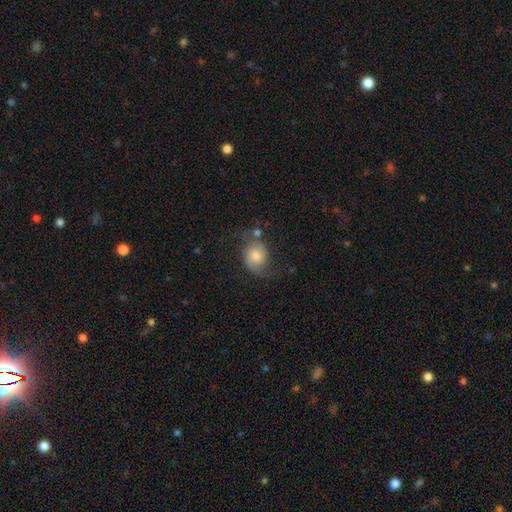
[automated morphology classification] The model was most divided on "smooth or featured": smooth: 47%, featured or disk: 43%, star or artifact: 10%. More confident: merging — none (56%).